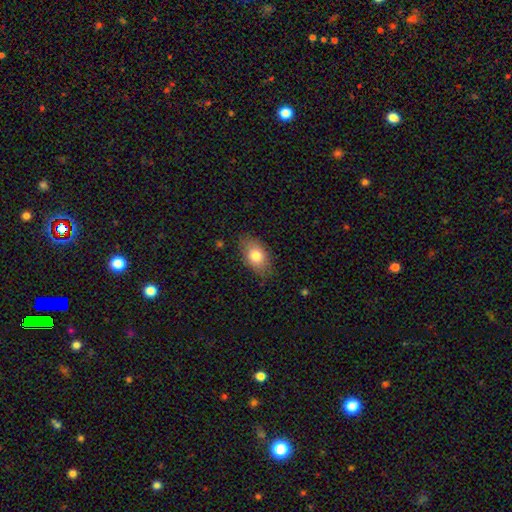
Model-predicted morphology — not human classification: A smooth galaxy with no disk features (78%) that is in between round and cigar-shaped (87%). Merging: none (79%).